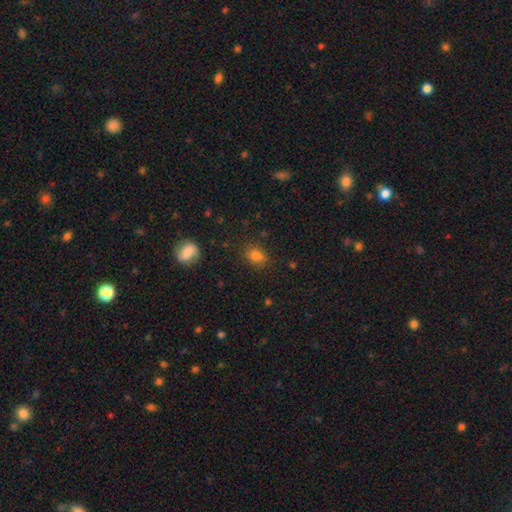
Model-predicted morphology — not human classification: smooth-or-featured: smooth: 80% | star or artifact: 13% | featured or disk: 7%
  how-rounded: in between: 51% | round: 47% | cigar-shaped: 1%
  merging: none: 79% | minor disturbance: 15% | major disturbance: 4% | merger: 2%